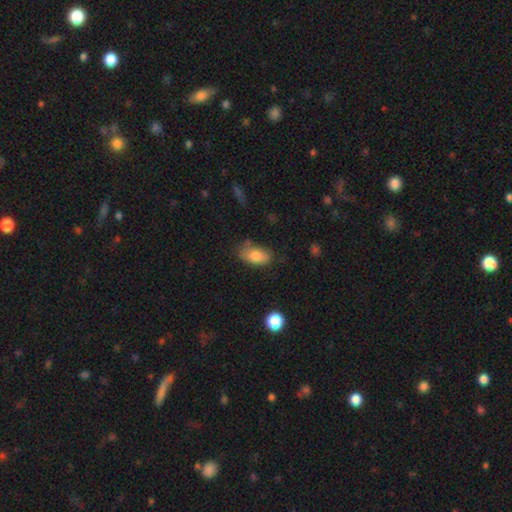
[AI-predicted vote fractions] Q: Smooth or featured?
A: smooth (81%); runner-up: featured or disk (11%)
Q: How rounded?
A: in between (91%); runner-up: round (6%)
Q: Merging?
A: none (62%); runner-up: minor disturbance (27%)